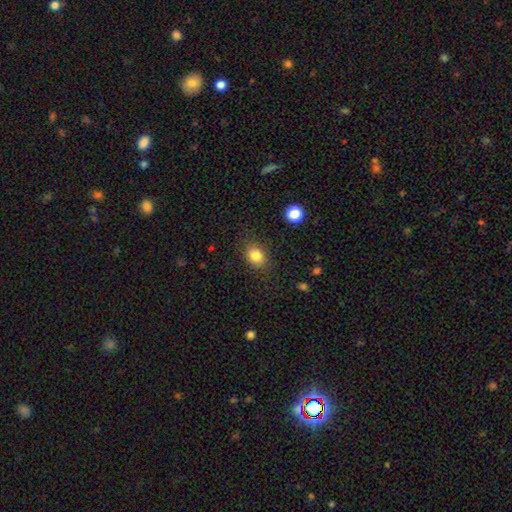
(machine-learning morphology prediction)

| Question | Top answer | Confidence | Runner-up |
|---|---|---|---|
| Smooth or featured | smooth | 83% | star or artifact (10%) |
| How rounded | in between | 59% | round (39%) |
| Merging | none | 84% | minor disturbance (11%) |